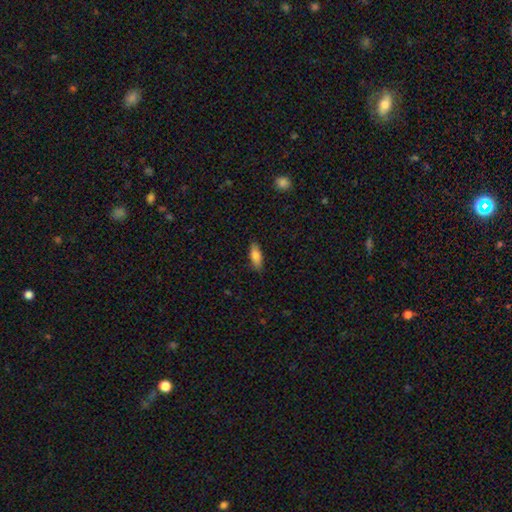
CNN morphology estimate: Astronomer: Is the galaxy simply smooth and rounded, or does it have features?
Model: smooth — 80%.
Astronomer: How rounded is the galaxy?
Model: in between — 72%.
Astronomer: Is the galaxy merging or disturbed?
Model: none — 86%.